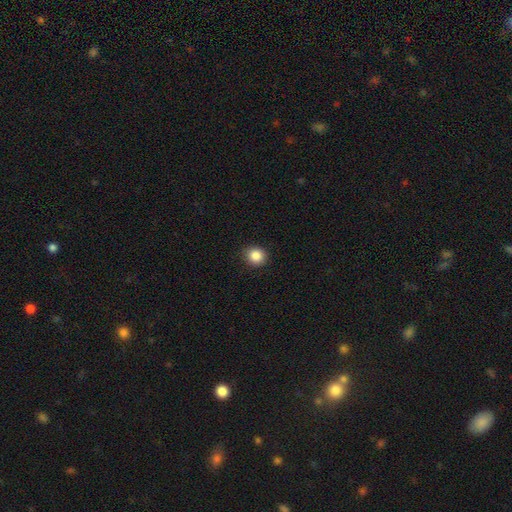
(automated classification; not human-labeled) Q: Smooth or featured?
A: smooth (86%); runner-up: star or artifact (10%)
Q: How rounded?
A: round (84%); runner-up: in between (15%)
Q: Merging?
A: none (90%); runner-up: minor disturbance (7%)